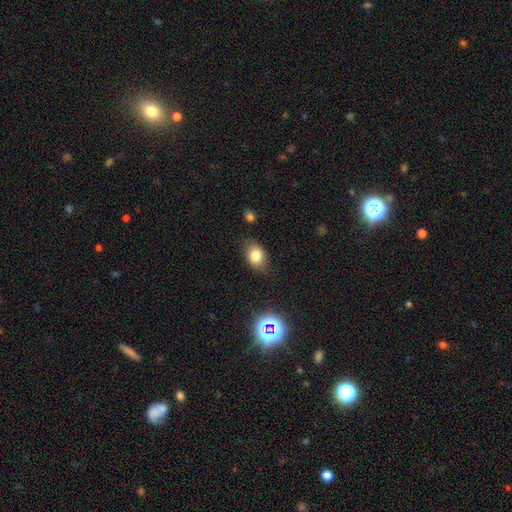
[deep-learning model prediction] Morphology: type=smooth (78%); roundness=in between (74%); merging=none (77%).